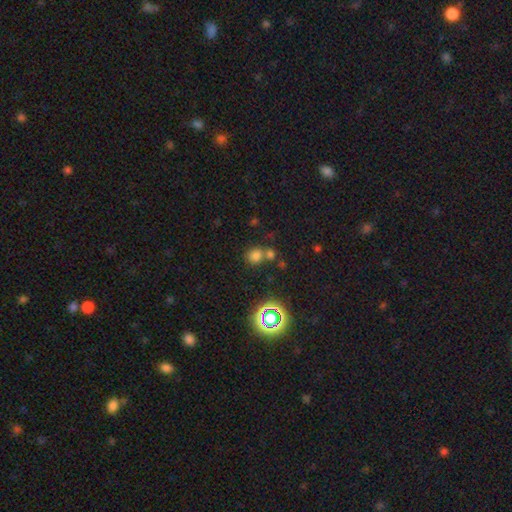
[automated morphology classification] The model was most divided on "merging": none: 54%, merger: 34%, minor disturbance: 8%, major disturbance: 4%. More confident: how rounded — round (78%); smooth or featured — smooth (68%).